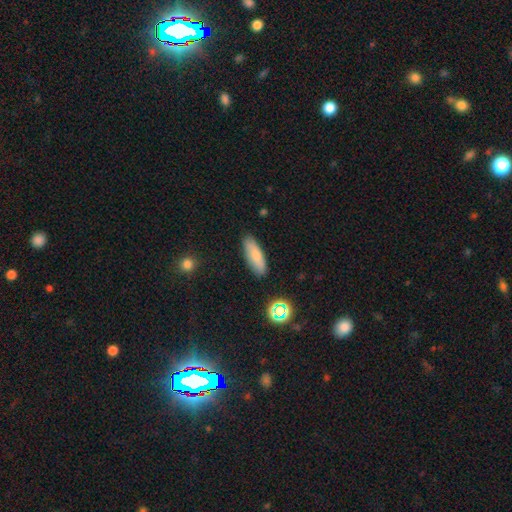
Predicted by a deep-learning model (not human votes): Morphology: type=smooth (79%); roundness=in between (61%); merging=none (85%).